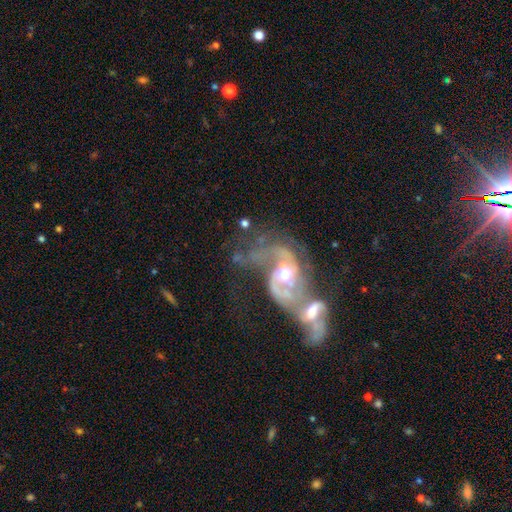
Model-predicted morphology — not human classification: Q: Smooth or featured?
A: featured or disk (84%); runner-up: smooth (9%)
Q: Edge-on disk?
A: no (97%); runner-up: yes (3%)
Q: Bar?
A: no (56%); runner-up: weak (30%)
Q: Spiral arms?
A: yes (88%); runner-up: no (12%)
Q: Spiral winding?
A: medium (43%); runner-up: loose (35%)
Q: Spiral arm count?
A: 2 (67%); runner-up: can't tell (16%)
Q: Bulge size?
A: moderate (69%); runner-up: small (18%)
Q: Merging?
A: merger (69%); runner-up: major disturbance (14%)